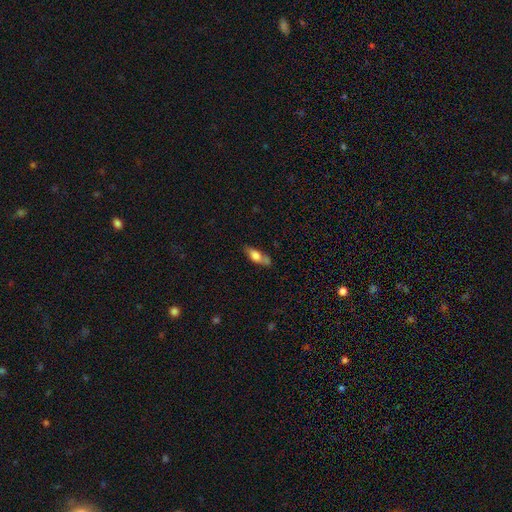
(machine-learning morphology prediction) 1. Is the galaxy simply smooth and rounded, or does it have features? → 66% smooth, 27% featured or disk, 8% star or artifact.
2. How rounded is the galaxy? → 64% in between, 32% cigar-shaped, 3% round.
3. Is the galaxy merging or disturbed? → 56% none, 27% minor disturbance, 9% merger, 8% major disturbance.